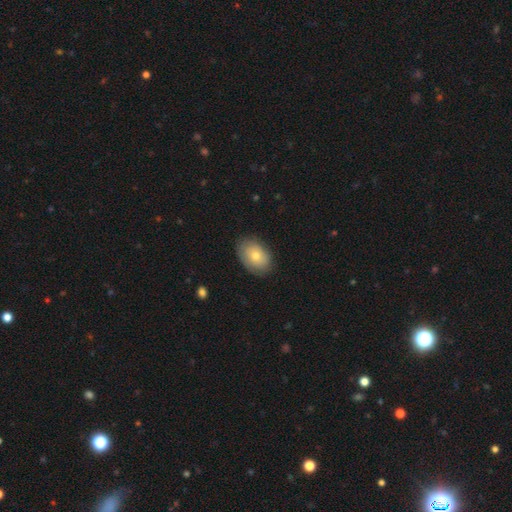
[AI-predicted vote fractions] smooth-or-featured: smooth: 64% | featured or disk: 28% | star or artifact: 7%
  how-rounded: in between: 82% | round: 17% | cigar-shaped: 1%
  merging: none: 83% | minor disturbance: 13% | major disturbance: 3% | merger: 1%